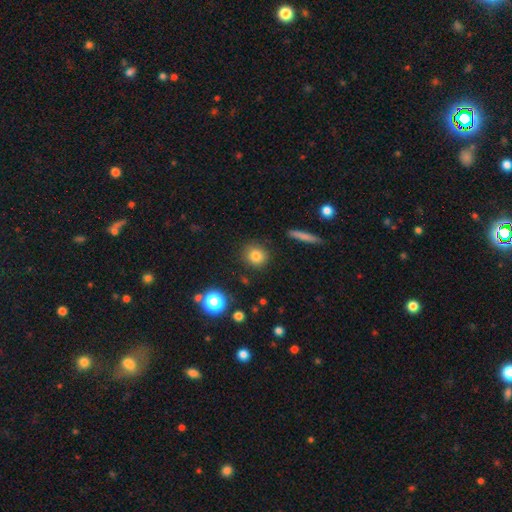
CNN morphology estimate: Smooth or featured: smooth — 80% (star or artifact — 12%)
How rounded: round — 88% (in between — 10%)
Merging: none — 88% (minor disturbance — 7%)